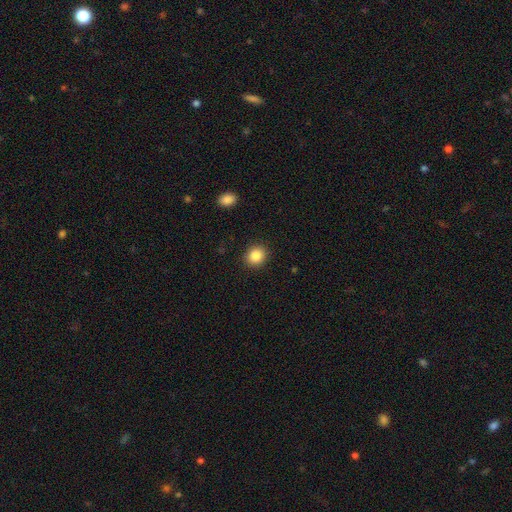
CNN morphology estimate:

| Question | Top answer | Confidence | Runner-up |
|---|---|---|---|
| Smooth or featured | smooth | 86% | star or artifact (10%) |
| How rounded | round | 76% | in between (23%) |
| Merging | none | 90% | minor disturbance (6%) |